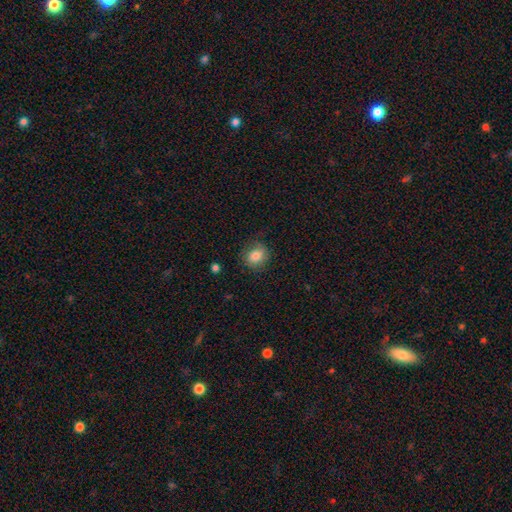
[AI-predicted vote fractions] Smooth or featured: smooth — 81% (star or artifact — 10%)
How rounded: round — 71% (in between — 28%)
Merging: none — 79% (minor disturbance — 16%)